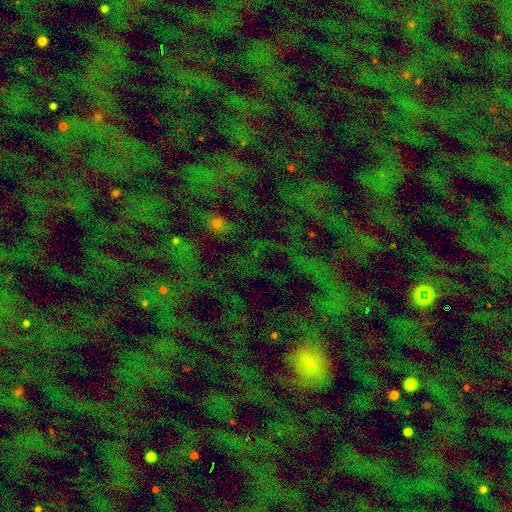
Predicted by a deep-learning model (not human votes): This appears to be a star or artifact, not a galaxy (65%).